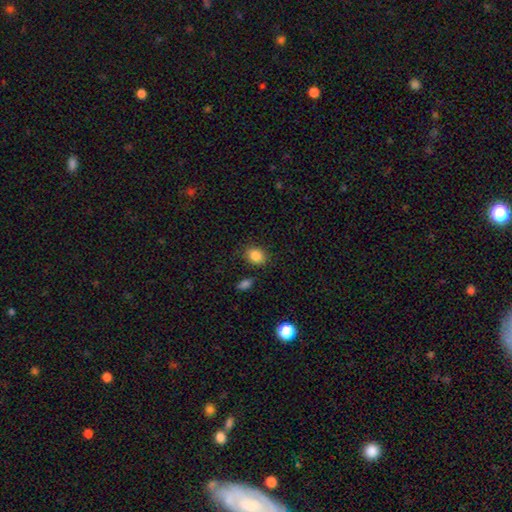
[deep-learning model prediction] A smooth galaxy with no disk features (85%) that is in between round and cigar-shaped (52%).

Vote fractions:
- Smooth or featured? smooth: 85% / star or artifact: 9% / featured or disk: 5%
- How rounded? in between: 52% / round: 47% / cigar-shaped: 1%
- Merging? none: 83% / minor disturbance: 11% / major disturbance: 3% / merger: 3%